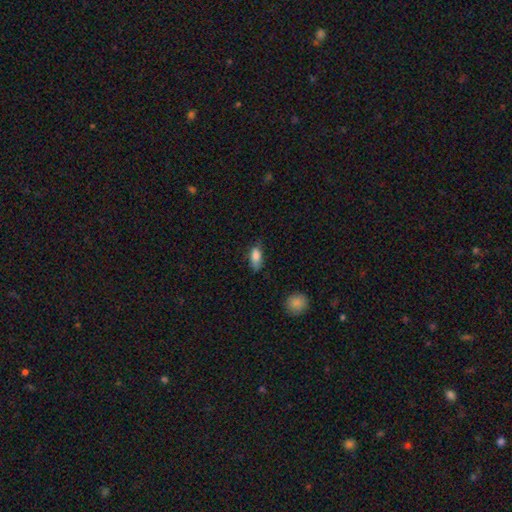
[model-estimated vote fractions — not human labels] Overall: smooth (81%). How rounded: in between (82%). Merging: none (56%; minor disturbance 33%).